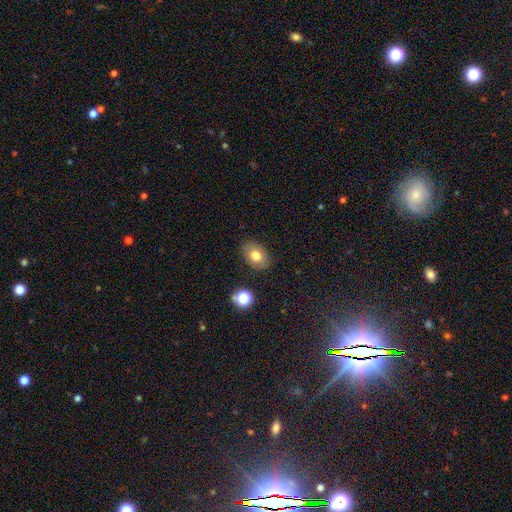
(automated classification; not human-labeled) This appears to be a smooth galaxy with no disk features (76%) that is in between round and cigar-shaped (75%). Merging: none (85%).